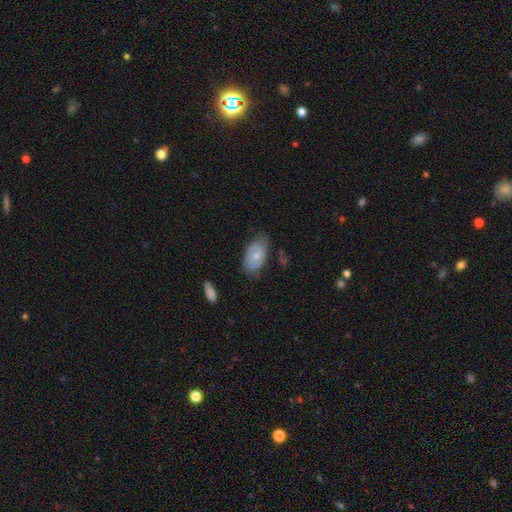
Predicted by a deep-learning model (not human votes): Morphology: type=smooth (62%); roundness=in between (93%); merging=none (63%).